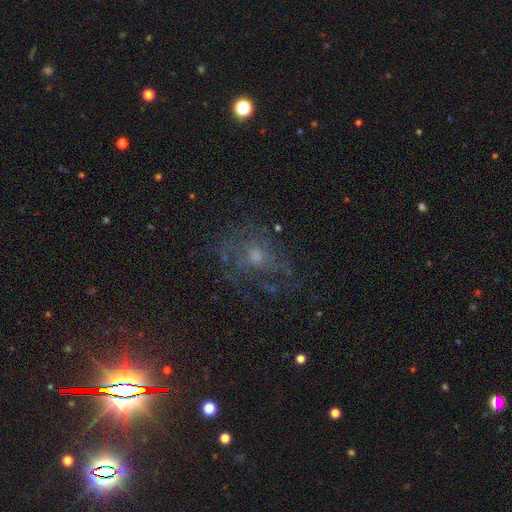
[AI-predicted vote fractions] Smooth or featured?
  - featured or disk: 54% *
  - smooth: 23%
  - star or artifact: 23%
Edge-on disk?
  - no: 96% *
  - yes: 4%
Bar?
  - no: 83% *
  - weak: 15%
  - strong: 3%
Spiral arms?
  - yes: 58% *
  - no: 42%
Bulge size?
  - moderate: 50% *
  - small: 39%
  - none: 5%
  - large: 5%
  - dominant: 1%
Merging?
  - none: 59% *
  - major disturbance: 21%
  - minor disturbance: 18%
  - merger: 2%